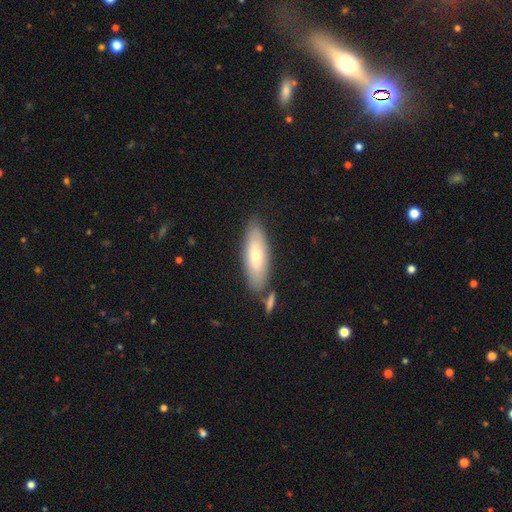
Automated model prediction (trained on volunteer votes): Overall: smooth (67%). How rounded: in between (57%; cigar-shaped 41%). Merging: none (77%).